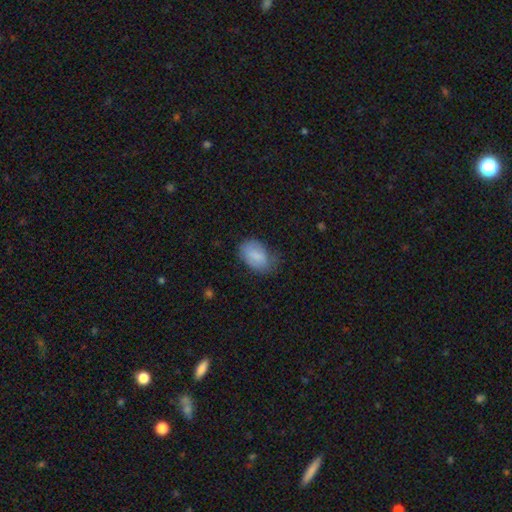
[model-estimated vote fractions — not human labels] Morphology: type=smooth (82%); roundness=in between (91%); merging=none (60%).